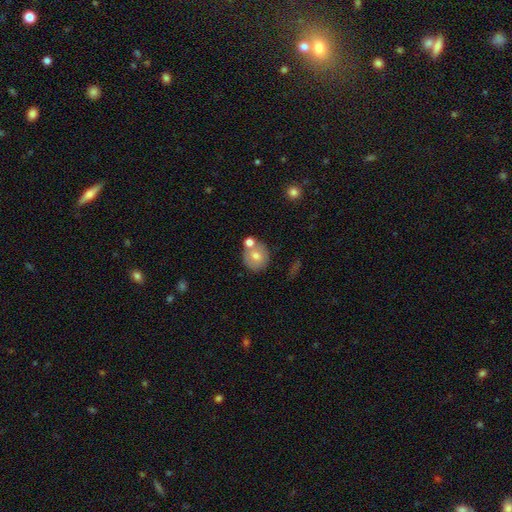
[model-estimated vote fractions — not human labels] Smooth or featured? smooth (68%)
How rounded? round (85%)
Merging? none (60%)